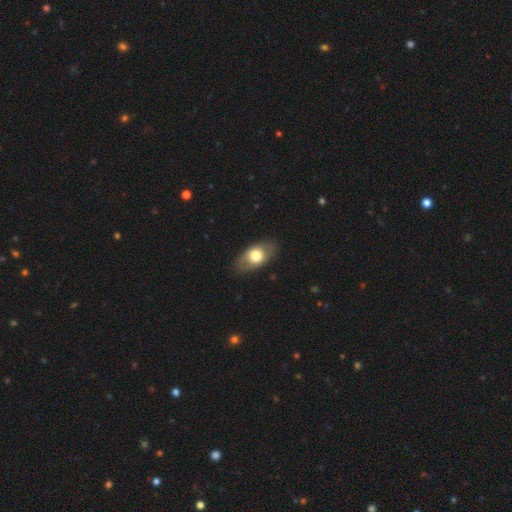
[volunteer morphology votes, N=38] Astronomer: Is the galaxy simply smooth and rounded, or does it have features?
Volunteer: smooth — 61%.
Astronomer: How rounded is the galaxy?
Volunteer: in between — 87%.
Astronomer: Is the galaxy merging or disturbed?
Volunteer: none — 81%.